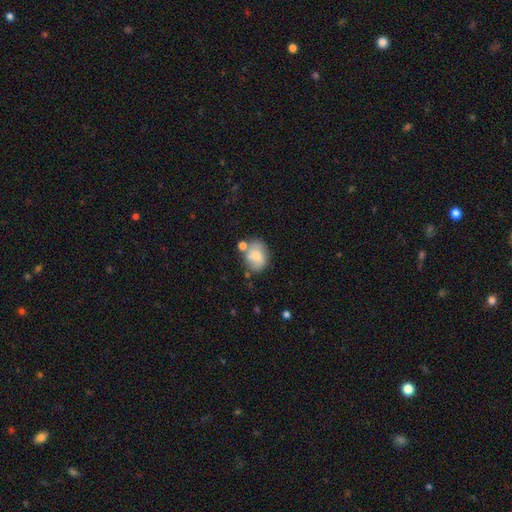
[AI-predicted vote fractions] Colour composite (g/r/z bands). It shows a smooth galaxy with no disk features (72%) that is in between round and cigar-shaped (53%). Merging: none (56%).